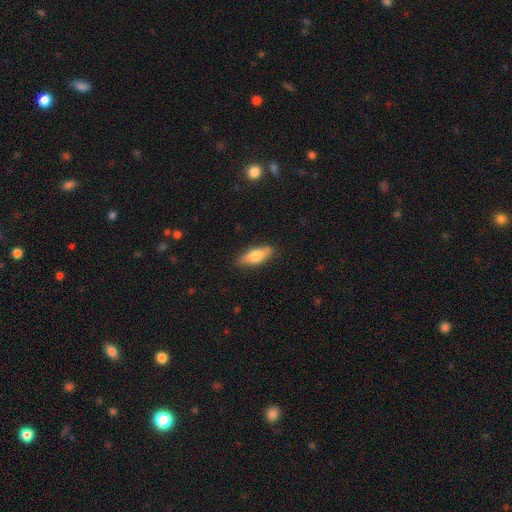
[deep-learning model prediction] A smooth galaxy with no disk features (69%) that is in between round and cigar-shaped (64%). Merging: none (84%).